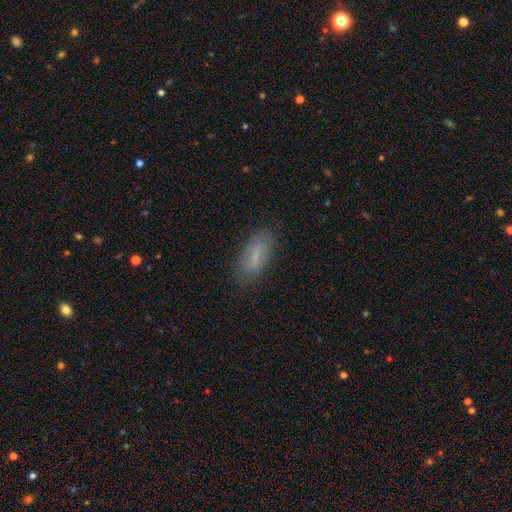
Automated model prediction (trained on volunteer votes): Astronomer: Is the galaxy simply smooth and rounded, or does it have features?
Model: smooth — 69%.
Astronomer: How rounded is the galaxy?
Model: in between — 77%.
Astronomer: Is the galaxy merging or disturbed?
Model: none — 79%.